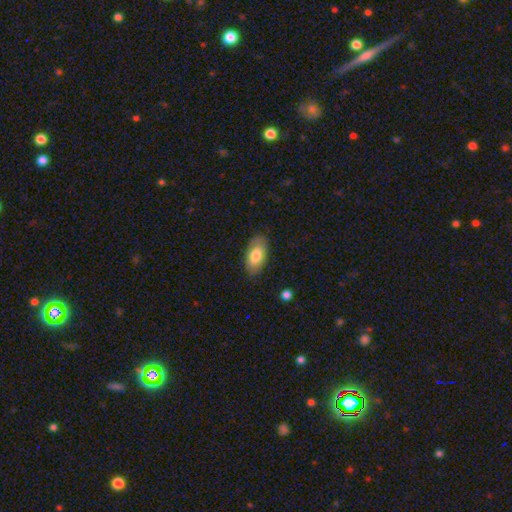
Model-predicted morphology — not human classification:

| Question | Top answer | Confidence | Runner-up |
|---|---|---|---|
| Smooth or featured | smooth | 76% | featured or disk (19%) |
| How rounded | in between | 93% | cigar-shaped (4%) |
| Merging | none | 83% | minor disturbance (13%) |